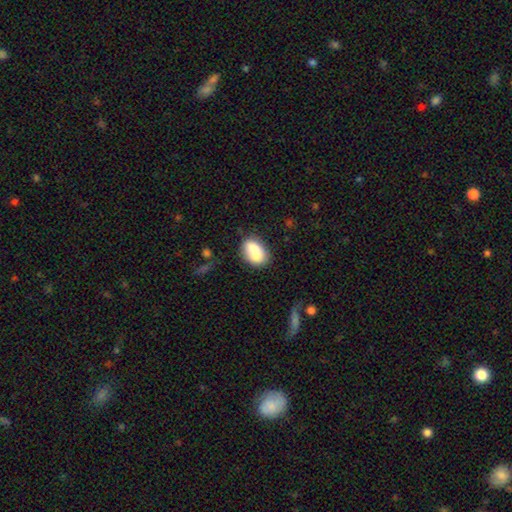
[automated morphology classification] Smooth or featured? Predicted: smooth (p=0.74). How rounded? Predicted: in between (p=0.81). Merging? Predicted: none (p=0.41).